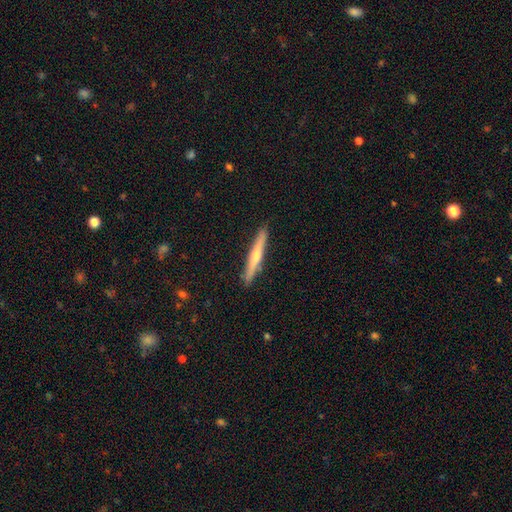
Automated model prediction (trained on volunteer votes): A featured or disk galaxy (62%) viewed edge-on (97%) with a rounded central bulge (84%).

Vote fractions:
- Smooth or featured? featured or disk: 62% / smooth: 31% / star or artifact: 6%
- Edge-on disk? yes: 97% / no: 3%
- Edge-on bulge? rounded: 84% / none: 12% / boxy: 4%
- Merging? none: 91% / minor disturbance: 7% / major disturbance: 1% / merger: 1%